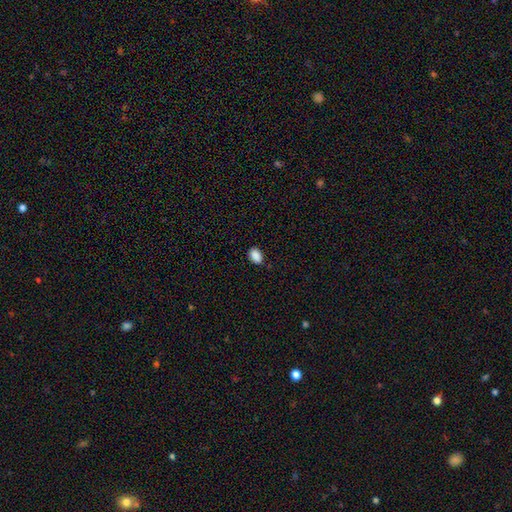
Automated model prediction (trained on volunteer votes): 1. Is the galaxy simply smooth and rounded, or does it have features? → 89% smooth, 9% star or artifact, 3% featured or disk.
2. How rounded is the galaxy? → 81% in between, 18% round, 1% cigar-shaped.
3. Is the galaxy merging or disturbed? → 84% none, 13% minor disturbance, 2% major disturbance, 1% merger.